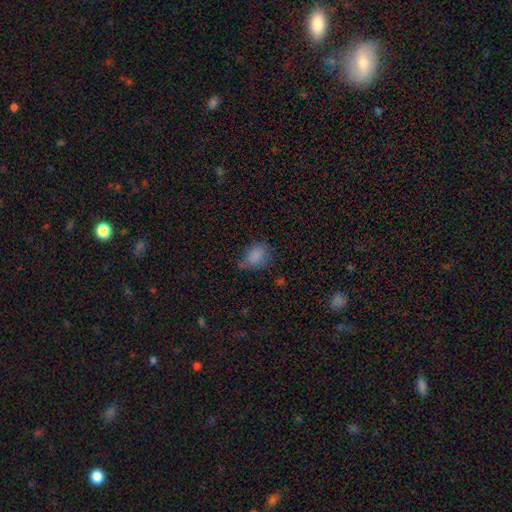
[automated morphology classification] smooth-or-featured: smooth: 81% | star or artifact: 12% | featured or disk: 7%
  how-rounded: in between: 63% | round: 36% | cigar-shaped: 1%
  merging: none: 51% | minor disturbance: 32% | major disturbance: 12% | merger: 4%